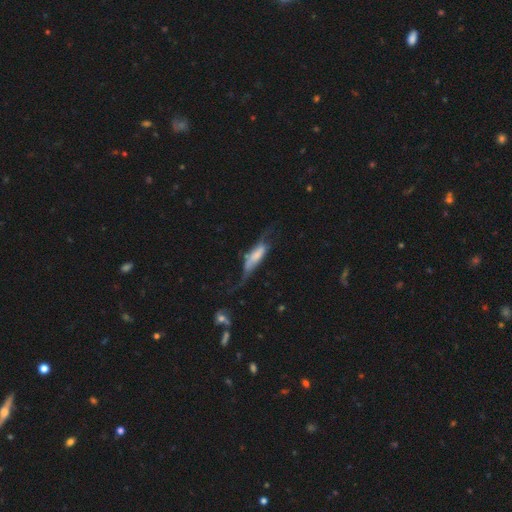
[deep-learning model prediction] Morphology: type=smooth (47%); merging=major disturbance (42%).